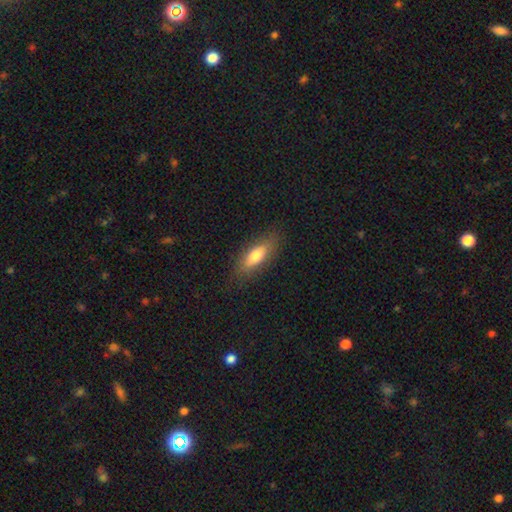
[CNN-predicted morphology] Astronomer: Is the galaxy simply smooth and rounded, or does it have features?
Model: smooth — 69%.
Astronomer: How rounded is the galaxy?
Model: in between — 68%.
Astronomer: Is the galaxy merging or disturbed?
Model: none — 83%.